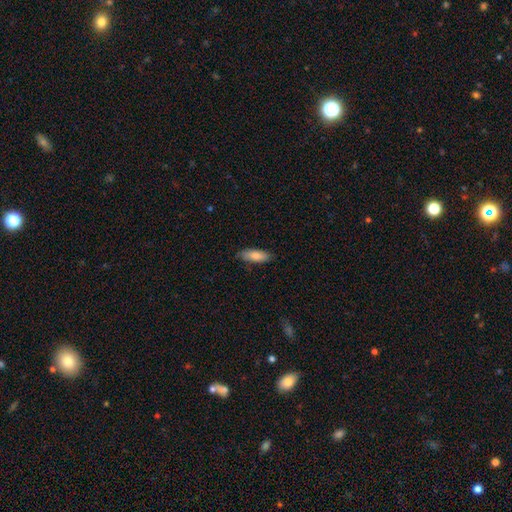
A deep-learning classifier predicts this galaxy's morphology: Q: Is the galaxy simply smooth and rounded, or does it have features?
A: smooth — 81%.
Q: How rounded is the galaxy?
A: in between — 67%.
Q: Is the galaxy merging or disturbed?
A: none — 82%.